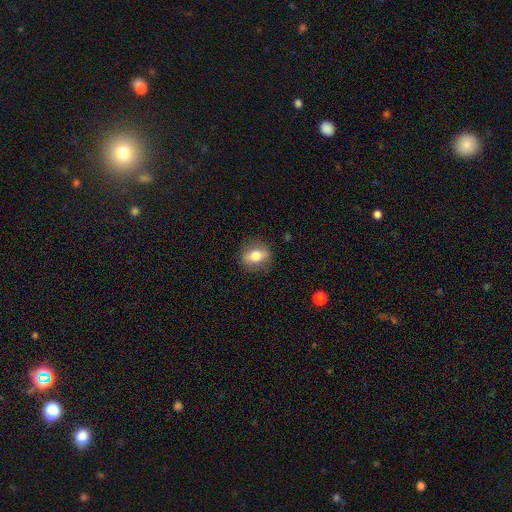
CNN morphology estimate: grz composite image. It shows a smooth galaxy with no disk features (67%) that is round (49%). Merging: none (83%).